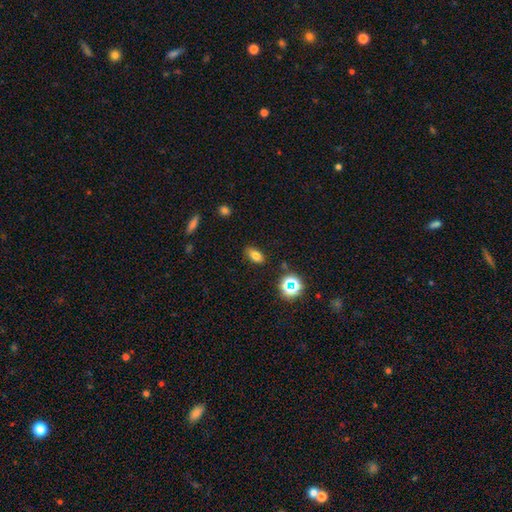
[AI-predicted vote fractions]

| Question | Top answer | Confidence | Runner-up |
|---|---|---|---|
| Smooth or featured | smooth | 76% | star or artifact (16%) |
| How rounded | in between | 86% | round (10%) |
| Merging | none | 83% | minor disturbance (12%) |